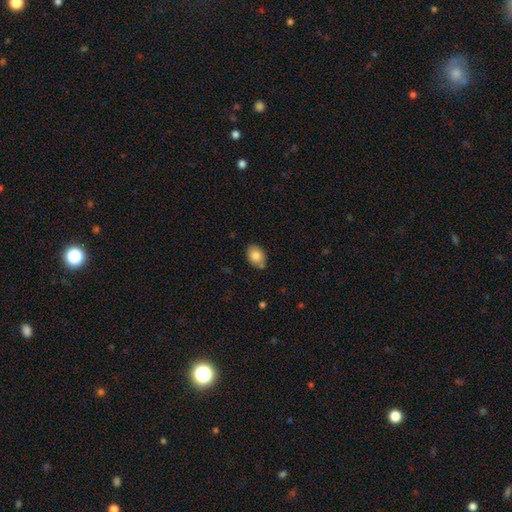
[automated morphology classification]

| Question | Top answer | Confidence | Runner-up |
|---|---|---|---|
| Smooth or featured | smooth | 81% | featured or disk (11%) |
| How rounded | in between | 78% | round (21%) |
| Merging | none | 77% | minor disturbance (16%) |